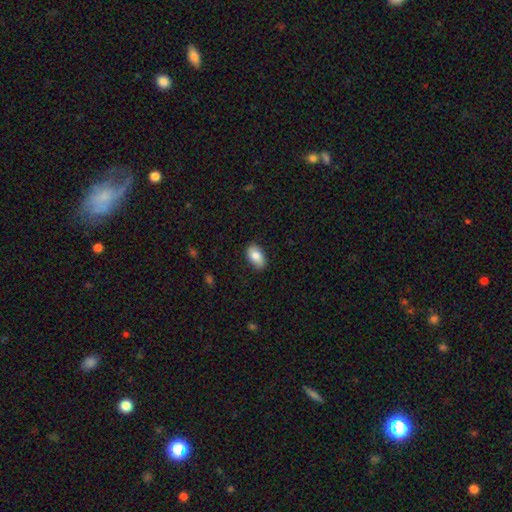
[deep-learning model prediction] A smooth galaxy with no disk features (81%) that is in between round and cigar-shaped (93%). Merging: none (83%).